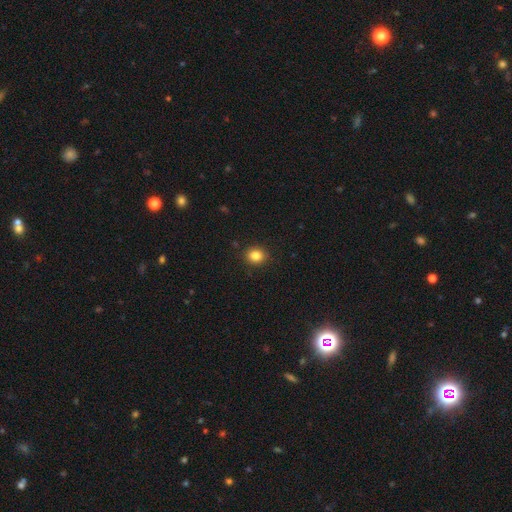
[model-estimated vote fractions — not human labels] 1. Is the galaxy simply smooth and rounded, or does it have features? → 84% smooth, 11% star or artifact, 5% featured or disk.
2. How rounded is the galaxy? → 70% round, 29% in between, 1% cigar-shaped.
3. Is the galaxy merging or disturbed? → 90% none, 6% minor disturbance, 2% major disturbance, 1% merger.